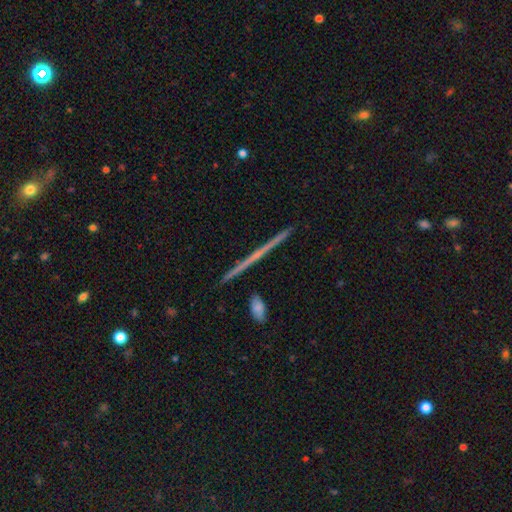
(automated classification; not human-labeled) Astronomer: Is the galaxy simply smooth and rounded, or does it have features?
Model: featured or disk — 68%.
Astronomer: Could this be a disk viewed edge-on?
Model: yes — 98%.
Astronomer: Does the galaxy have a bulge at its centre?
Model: none — 72%.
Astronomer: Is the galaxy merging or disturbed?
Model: none — 91%.